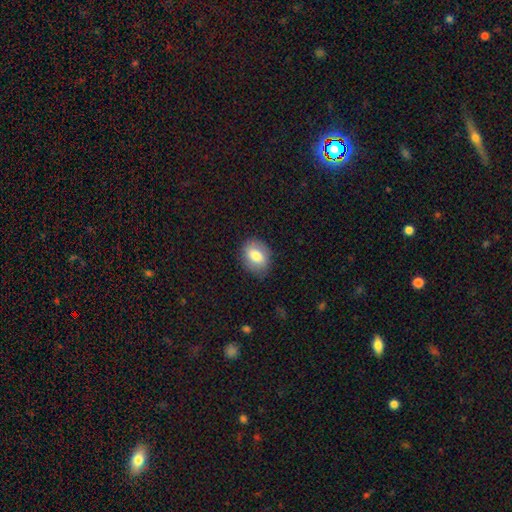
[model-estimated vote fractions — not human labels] smooth_or_featured: smooth (p=0.75) [alt: featured or disk p=0.17]
how_rounded: in between (p=0.64) [alt: round p=0.35]
merging: none (p=0.81) [alt: minor disturbance p=0.15]